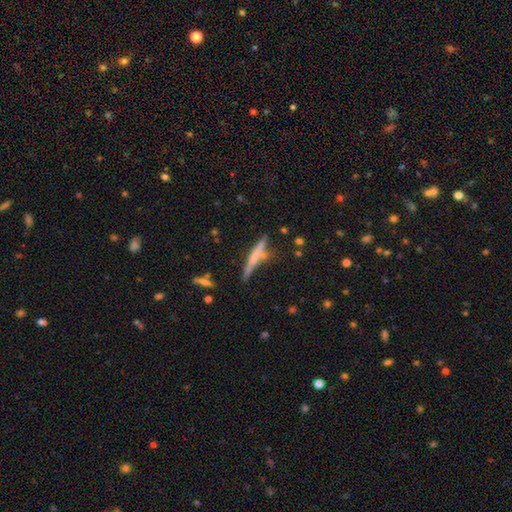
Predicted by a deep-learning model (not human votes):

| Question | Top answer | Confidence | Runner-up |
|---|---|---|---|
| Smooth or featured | featured or disk | 47% | smooth (44%) |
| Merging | none | 65% | minor disturbance (19%) |